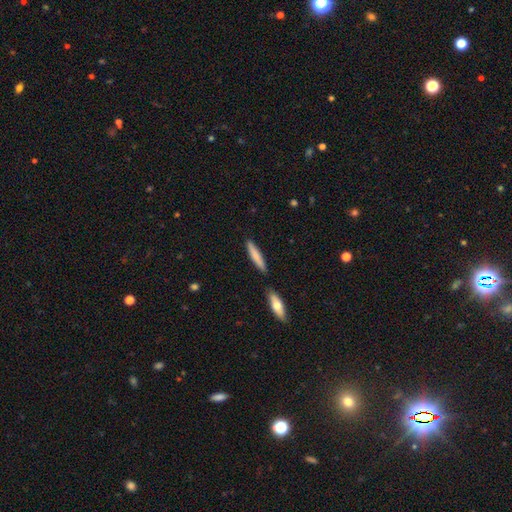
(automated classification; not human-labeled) Smooth or featured: smooth — 76% (featured or disk — 19%)
How rounded: cigar-shaped — 88% (in between — 10%)
Merging: none — 81% (minor disturbance — 9%)